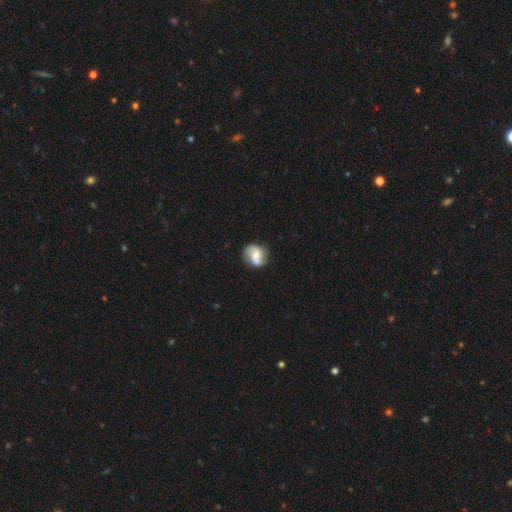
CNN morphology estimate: type=featured or disk (64%); edge-on=no (98%); bar=no (49%); spiral arms=yes (88%); winding=loose (43%); arm count=2 (86%); bulge=moderate (51%); merging=none (68%).